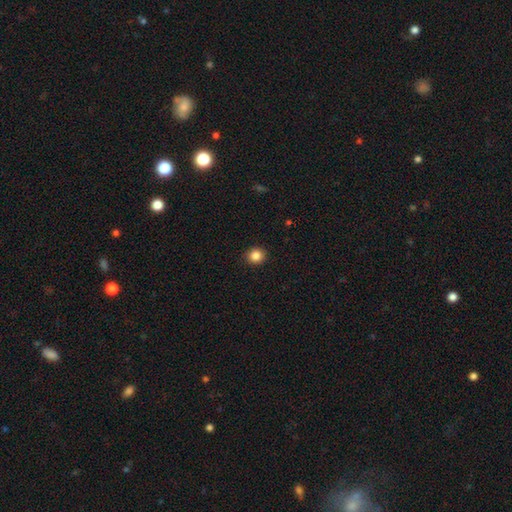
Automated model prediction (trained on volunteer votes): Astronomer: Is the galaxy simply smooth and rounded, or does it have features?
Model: smooth — 85%.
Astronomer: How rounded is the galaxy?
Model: round — 86%.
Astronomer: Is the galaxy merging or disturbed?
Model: none — 92%.